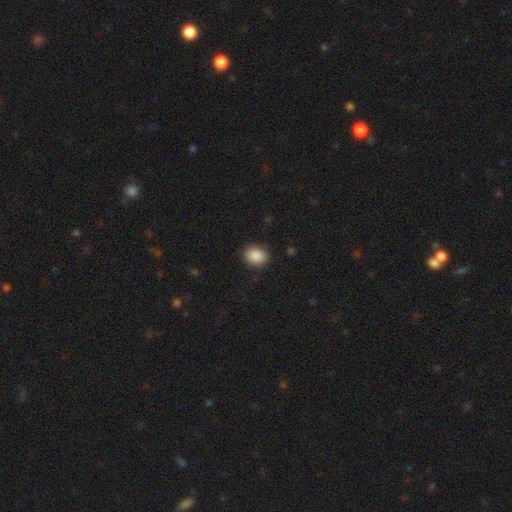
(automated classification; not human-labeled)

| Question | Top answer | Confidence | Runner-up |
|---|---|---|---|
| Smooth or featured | smooth | 89% | star or artifact (8%) |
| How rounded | round | 51% | in between (48%) |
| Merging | none | 88% | minor disturbance (9%) |